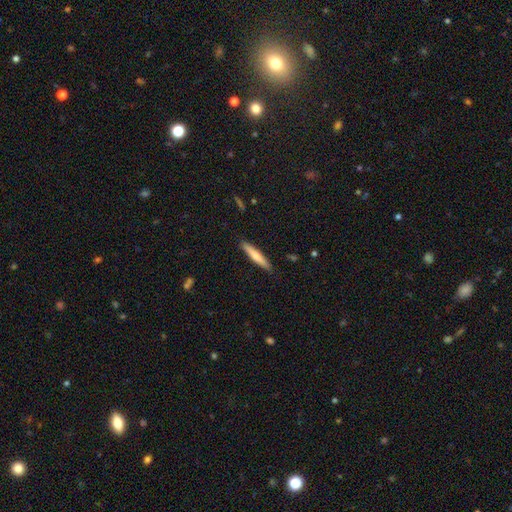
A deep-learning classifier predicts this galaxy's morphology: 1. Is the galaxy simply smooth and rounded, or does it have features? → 63% smooth, 32% featured or disk, 6% star or artifact.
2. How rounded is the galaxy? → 92% cigar-shaped, 7% in between, 1% round.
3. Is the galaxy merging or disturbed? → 89% none, 8% minor disturbance, 2% major disturbance, 1% merger.